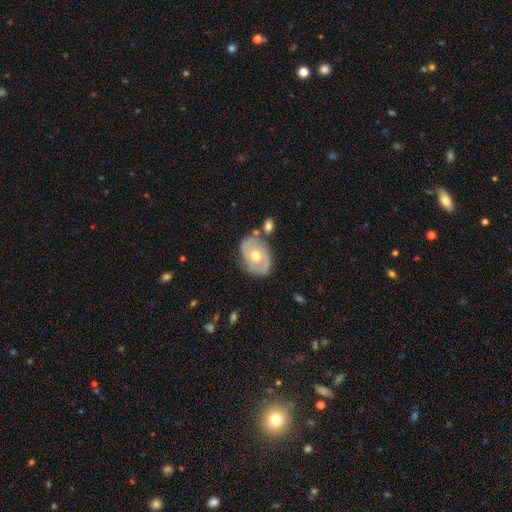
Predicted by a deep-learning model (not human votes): This appears to be a featured or disk galaxy (73%) with no bar (75%), spiral arms (70%) and a moderate central bulge (76%). Merging: none (73%).